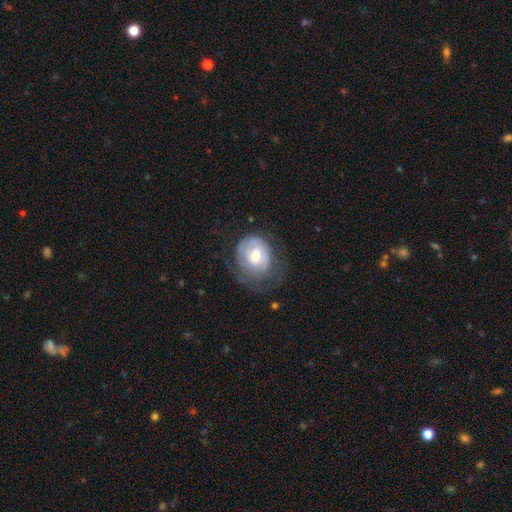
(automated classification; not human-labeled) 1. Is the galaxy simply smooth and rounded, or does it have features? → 47% featured or disk, 46% smooth, 7% star or artifact.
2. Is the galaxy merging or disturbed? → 46% none, 27% minor disturbance, 25% major disturbance, 1% merger.